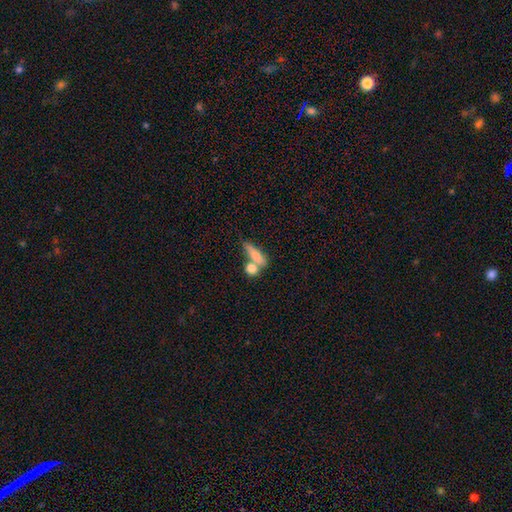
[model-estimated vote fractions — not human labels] The model was most divided on "merging": merger: 49%, none: 34%, minor disturbance: 11%, major disturbance: 6%. More confident: smooth or featured — smooth (74%); how rounded — in between (52%).